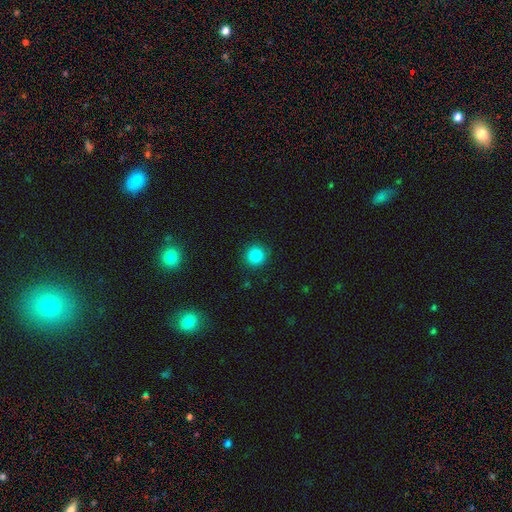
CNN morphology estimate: Overall: smooth (85%). How rounded: round (93%). Merging: none (89%).